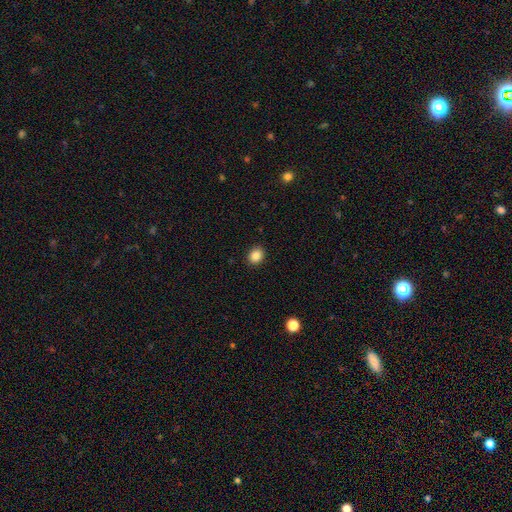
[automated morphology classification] Overall: smooth (86%). How rounded: round (62%; in between 38%). Merging: none (91%).